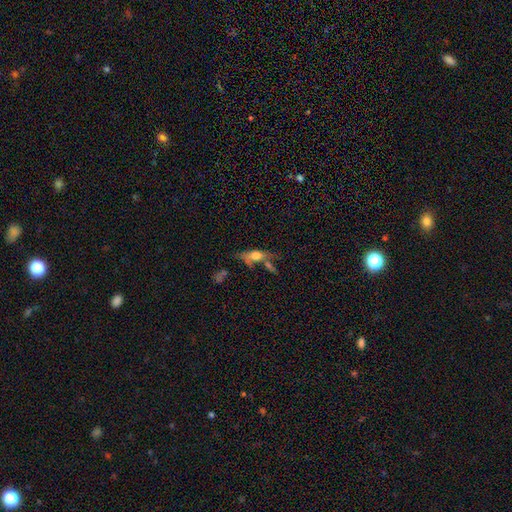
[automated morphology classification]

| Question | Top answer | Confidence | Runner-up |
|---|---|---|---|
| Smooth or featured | smooth | 54% | featured or disk (36%) |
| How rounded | in between | 63% | cigar-shaped (30%) |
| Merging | none | 41% | merger (27%) |